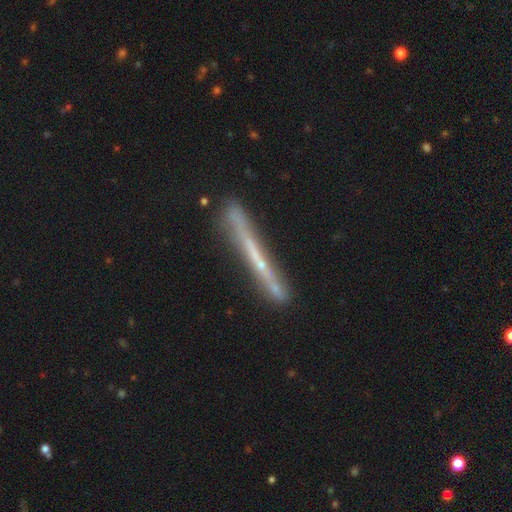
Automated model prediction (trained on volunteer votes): Smooth or featured: featured or disk — 65% (smooth — 28%)
Edge-on disk: yes — 94% (no — 6%)
Edge-on bulge: none — 81% (rounded — 14%)
Merging: none — 78% (minor disturbance — 15%)